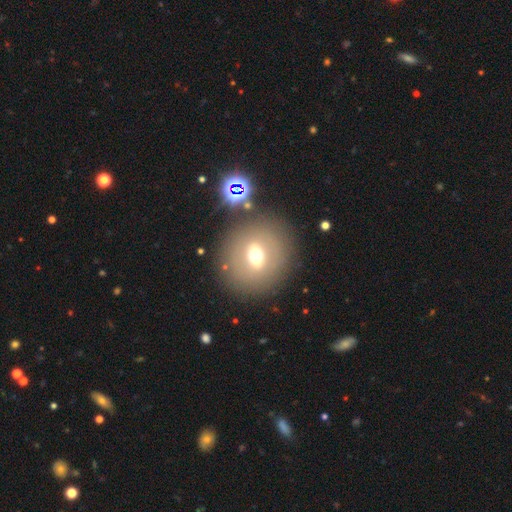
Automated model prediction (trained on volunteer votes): This appears to be a smooth galaxy with no disk features (51%) that is round (76%). Merging: none (80%).